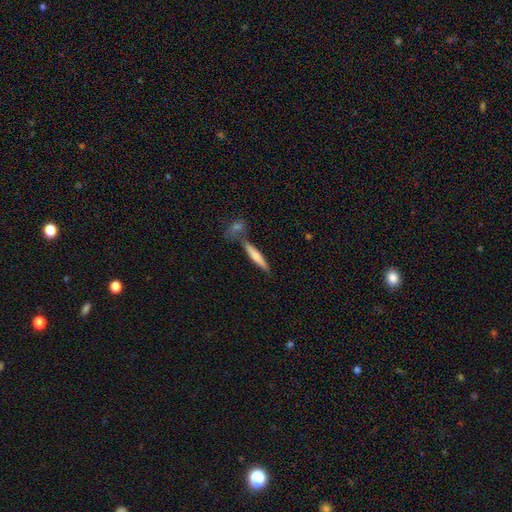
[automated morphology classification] This is possibly a smooth galaxy (59%). How rounded: clearly cigar-shaped (88%). Merging: likely none (66%).